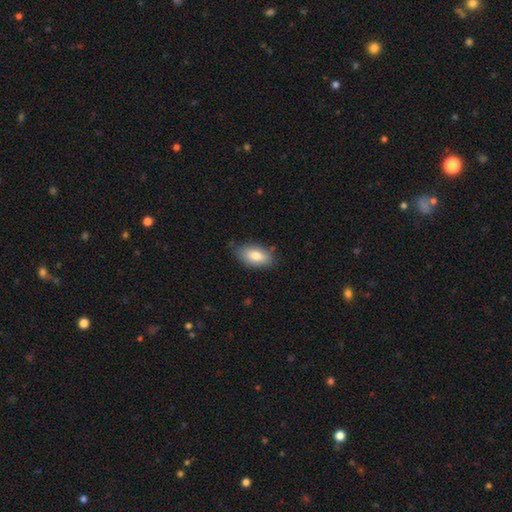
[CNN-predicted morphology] This is likely a smooth galaxy (79%). How rounded: clearly in between (90%). Merging: likely none (74%).